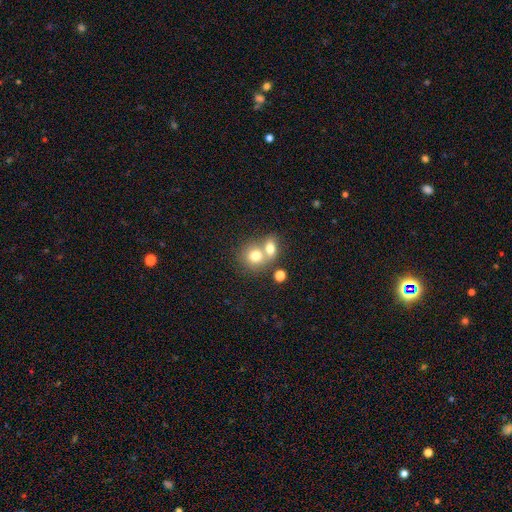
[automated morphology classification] smooth 74%, featured or disk 15%, star or artifact 11%. Down the decision tree: how rounded — round (72%); merging — merger (60%).